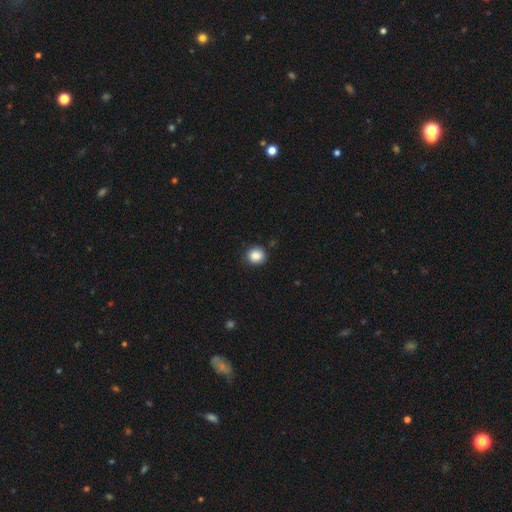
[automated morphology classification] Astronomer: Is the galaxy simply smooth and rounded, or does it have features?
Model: smooth — 86%.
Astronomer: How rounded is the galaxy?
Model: round — 84%.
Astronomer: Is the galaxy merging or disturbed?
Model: none — 83%.